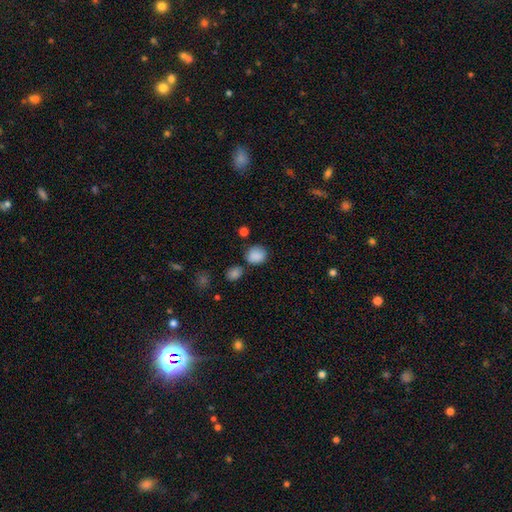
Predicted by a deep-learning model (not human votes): smooth-or-featured: smooth: 86% | star or artifact: 10% | featured or disk: 4%
  how-rounded: round: 72% | in between: 27% | cigar-shaped: 1%
  merging: none: 74% | minor disturbance: 15% | merger: 7% | major disturbance: 4%